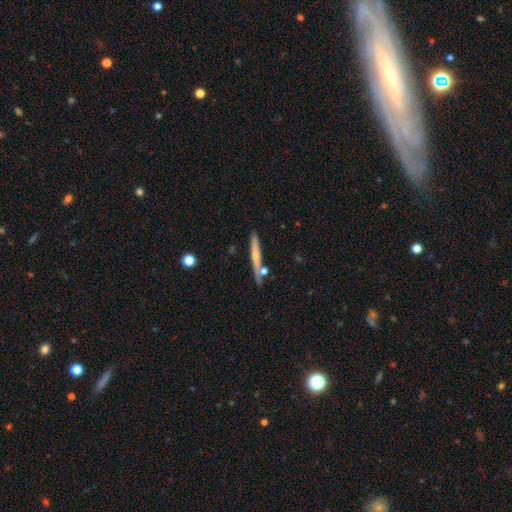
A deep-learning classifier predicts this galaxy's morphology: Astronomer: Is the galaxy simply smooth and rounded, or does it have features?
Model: smooth — 47% (runner-up: featured or disk, 46%).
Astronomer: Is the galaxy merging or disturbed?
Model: none — 76%.